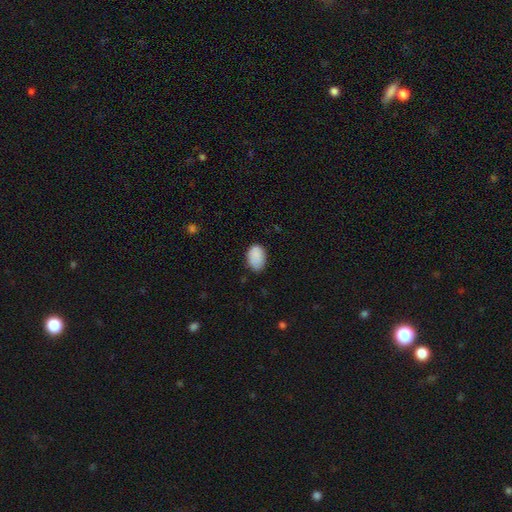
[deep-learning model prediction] This is clearly a smooth galaxy (88%). How rounded: clearly in between (86%). Merging: likely none (69%).